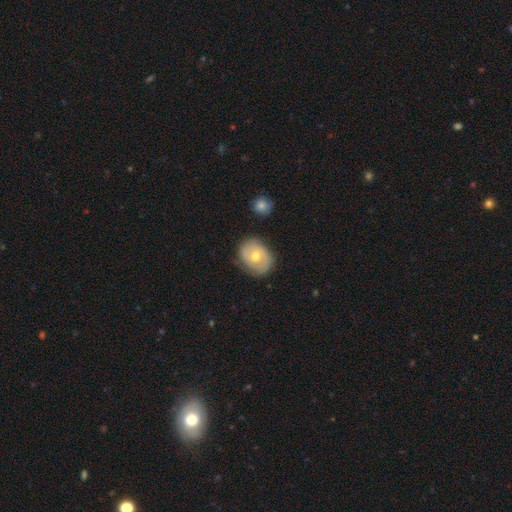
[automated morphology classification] This is possibly a featured or disk galaxy (58%). It is clearly not viewed edge-on (96%). Bar: likely no (71%). Spiral arm pattern: likely yes (74%). Central bulge: likely moderate (66%). Merging: likely none (77%).